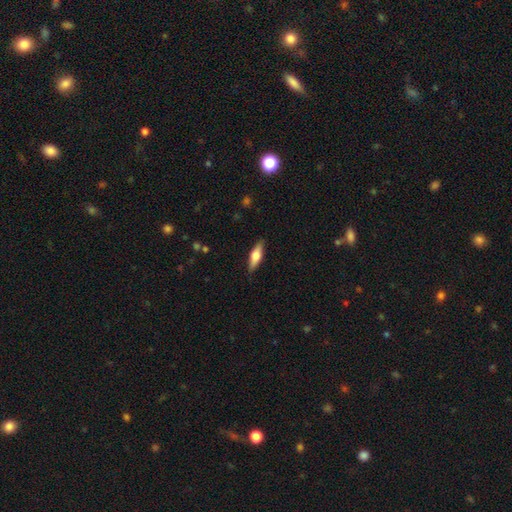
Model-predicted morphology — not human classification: smooth_or_featured: smooth (p=0.53) [alt: featured or disk p=0.41]
how_rounded: cigar-shaped (p=0.51) [alt: in between p=0.47]
merging: none (p=0.87) [alt: minor disturbance p=0.10]